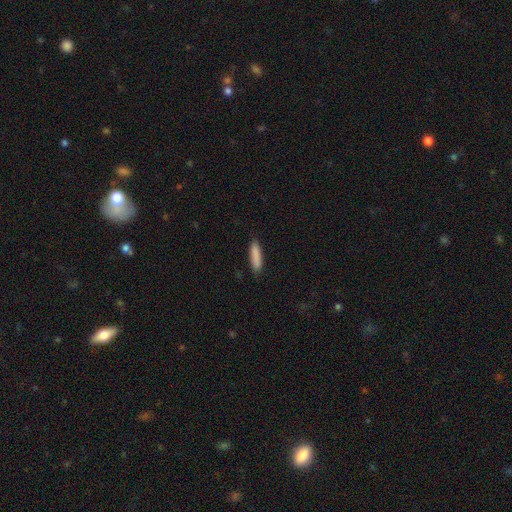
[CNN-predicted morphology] This appears to be a smooth galaxy with no disk features (88%) that is cigar-shaped (75%). Merging: none (88%).